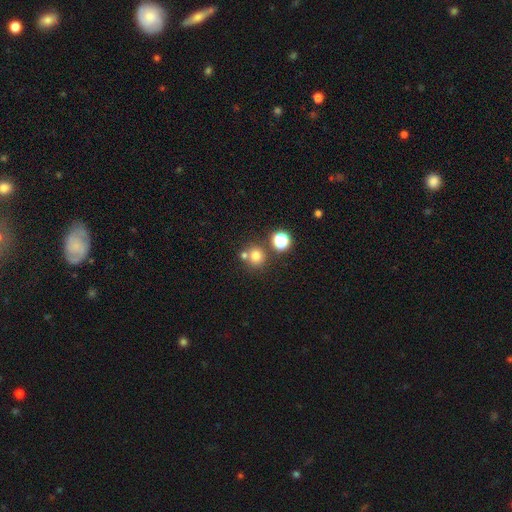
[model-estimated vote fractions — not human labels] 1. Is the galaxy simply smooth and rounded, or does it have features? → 72% smooth, 19% star or artifact, 9% featured or disk.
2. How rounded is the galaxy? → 89% round, 10% in between, 1% cigar-shaped.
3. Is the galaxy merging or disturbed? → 67% none, 22% merger, 8% minor disturbance, 3% major disturbance.